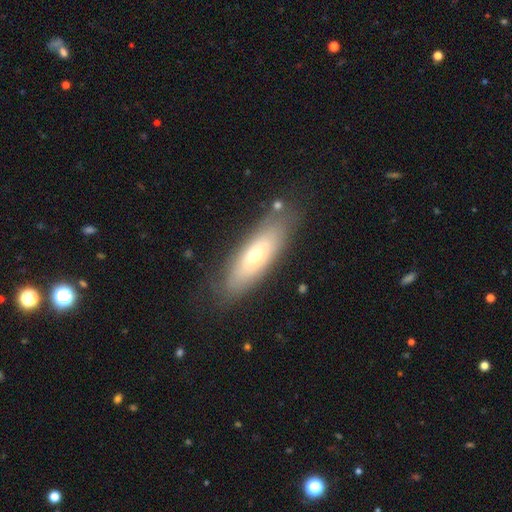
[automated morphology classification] smooth 52%, featured or disk 40%, star or artifact 8%. Down the decision tree: how rounded — in between (54%); merging — none (79%).